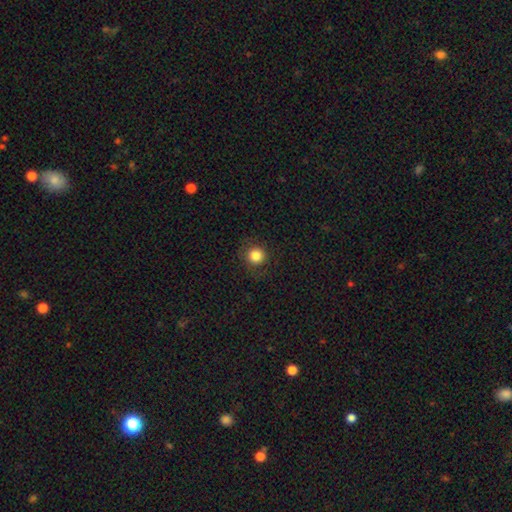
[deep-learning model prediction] smooth_or_featured: smooth (p=0.84) [alt: star or artifact p=0.11]
how_rounded: round (p=0.94) [alt: in between p=0.06]
merging: none (p=0.89) [alt: minor disturbance p=0.07]